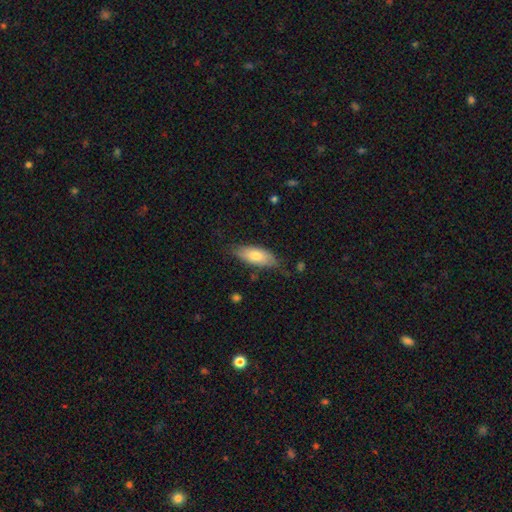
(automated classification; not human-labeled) Overall: smooth (74%). How rounded: in between (79%). Merging: none (73%).